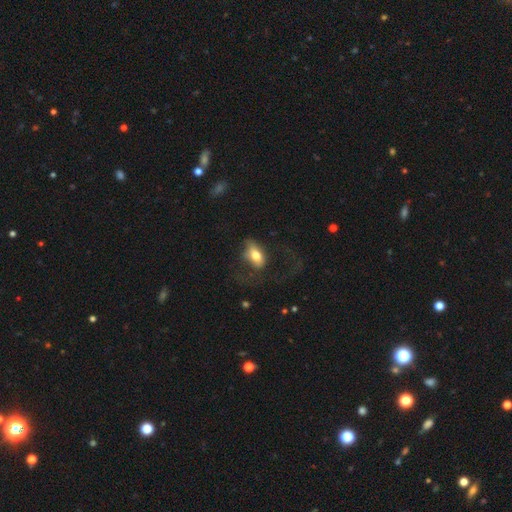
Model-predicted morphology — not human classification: Smooth or featured: smooth — 69% (featured or disk — 23%)
How rounded: in between — 88% (round — 8%)
Merging: major disturbance — 49% (none — 30%)